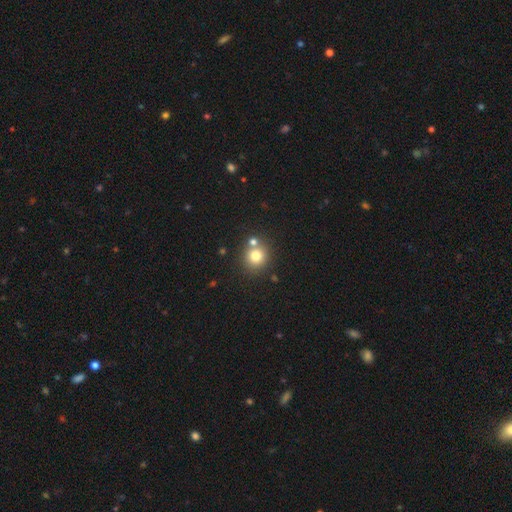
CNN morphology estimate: Overall: smooth (78%). How rounded: round (88%). Merging: none (72%).